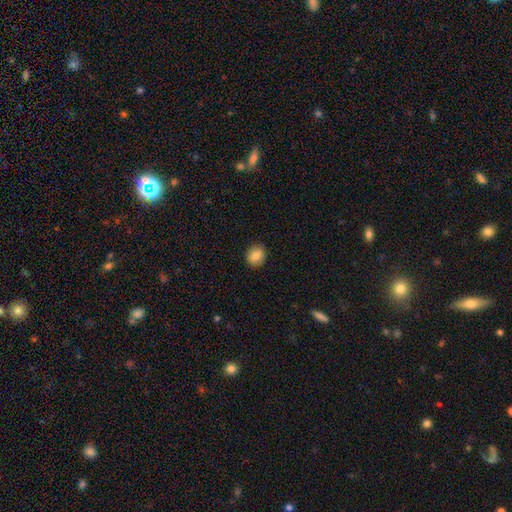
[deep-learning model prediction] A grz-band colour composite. It shows a smooth galaxy with no disk features (83%) that is round (65%). Merging: none (89%).